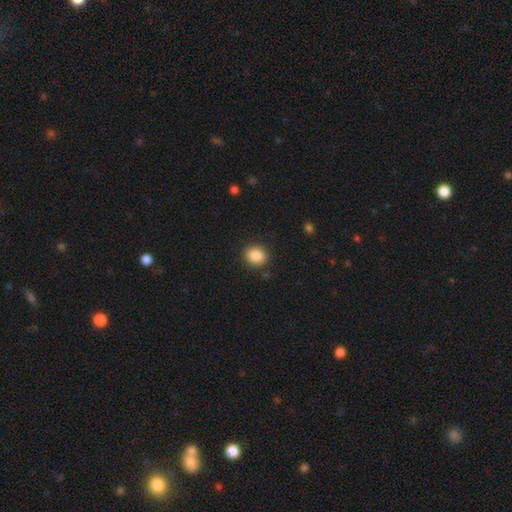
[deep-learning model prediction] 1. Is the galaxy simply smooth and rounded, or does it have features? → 87% smooth, 9% star or artifact, 4% featured or disk.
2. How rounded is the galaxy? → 70% round, 29% in between, 1% cigar-shaped.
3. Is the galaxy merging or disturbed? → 88% none, 8% minor disturbance, 2% major disturbance, 1% merger.